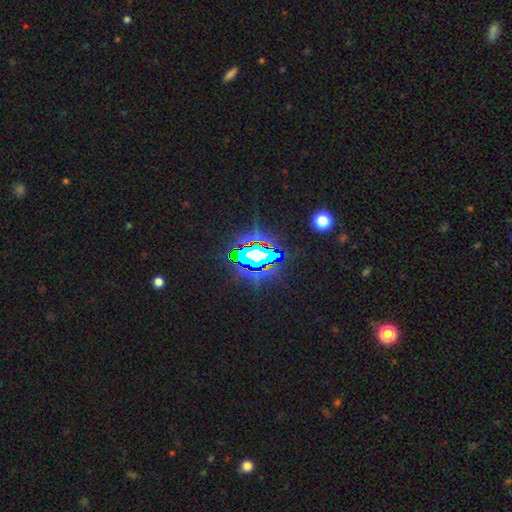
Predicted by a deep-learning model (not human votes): Q: Smooth or featured?
A: star or artifact (73%); runner-up: featured or disk (14%)